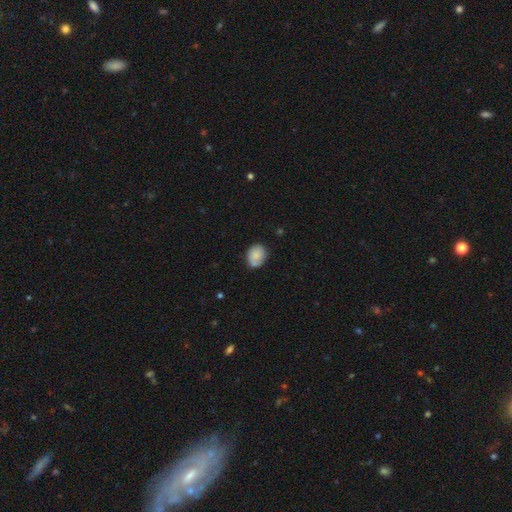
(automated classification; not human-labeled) smooth-or-featured: smooth: 78% | featured or disk: 14% | star or artifact: 8%
  how-rounded: in between: 58% | round: 41% | cigar-shaped: 1%
  merging: none: 71% | minor disturbance: 22% | major disturbance: 5% | merger: 3%